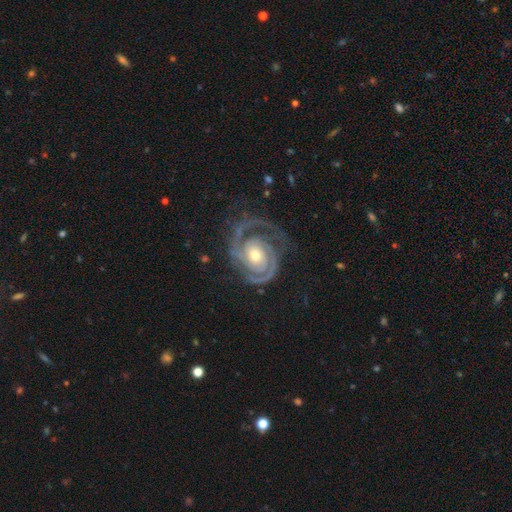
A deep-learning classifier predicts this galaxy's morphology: Q: Smooth or featured?
A: featured or disk (92%); runner-up: star or artifact (4%)
Q: Edge-on disk?
A: no (98%); runner-up: yes (2%)
Q: Bar?
A: no (71%); runner-up: weak (20%)
Q: Spiral arms?
A: yes (98%); runner-up: no (2%)
Q: Spiral winding?
A: tight (68%); runner-up: medium (28%)
Q: Spiral arm count?
A: 2 (68%); runner-up: 3 (14%)
Q: Bulge size?
A: moderate (61%); runner-up: small (31%)
Q: Merging?
A: none (68%); runner-up: minor disturbance (18%)